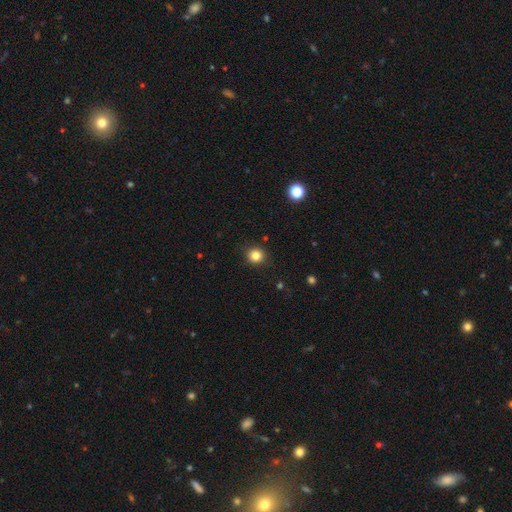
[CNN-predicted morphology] This is clearly a smooth galaxy (83%). How rounded: clearly round (88%). Merging: clearly none (90%).